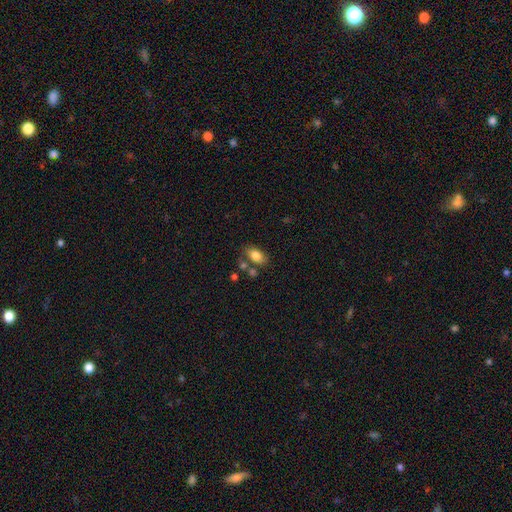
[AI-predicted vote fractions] A smooth galaxy with no disk features (81%) that is in between round and cigar-shaped (90%).

Vote fractions:
- Smooth or featured? smooth: 81% / featured or disk: 11% / star or artifact: 8%
- How rounded? in between: 90% / round: 7% / cigar-shaped: 2%
- Merging? none: 64% / minor disturbance: 16% / merger: 14% / major disturbance: 5%